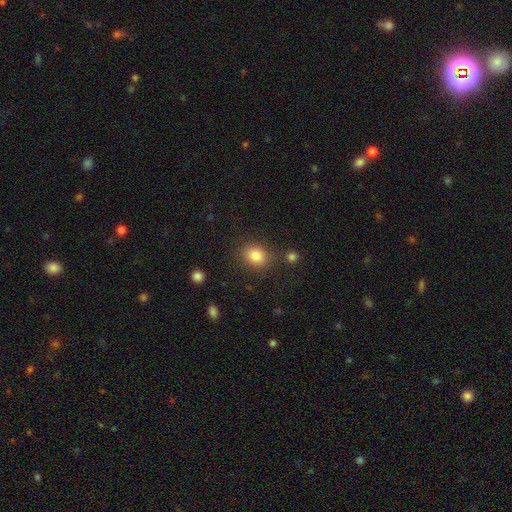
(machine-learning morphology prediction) A smooth galaxy with no disk features (84%) that is round (63%).

Vote fractions:
- Smooth or featured? smooth: 84% / star or artifact: 10% / featured or disk: 5%
- How rounded? round: 63% / in between: 36% / cigar-shaped: 1%
- Merging? none: 82% / minor disturbance: 10% / merger: 4% / major disturbance: 4%